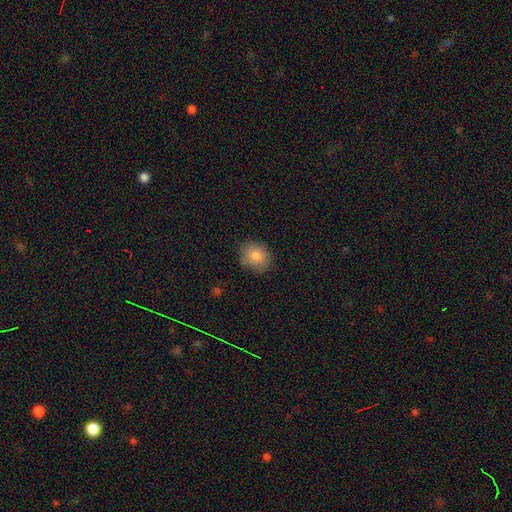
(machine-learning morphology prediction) A smooth galaxy with no disk features (81%) that is round (70%).

Vote fractions:
- Smooth or featured? smooth: 81% / star or artifact: 10% / featured or disk: 8%
- How rounded? round: 70% / in between: 29% / cigar-shaped: 1%
- Merging? none: 81% / minor disturbance: 15% / major disturbance: 3% / merger: 1%